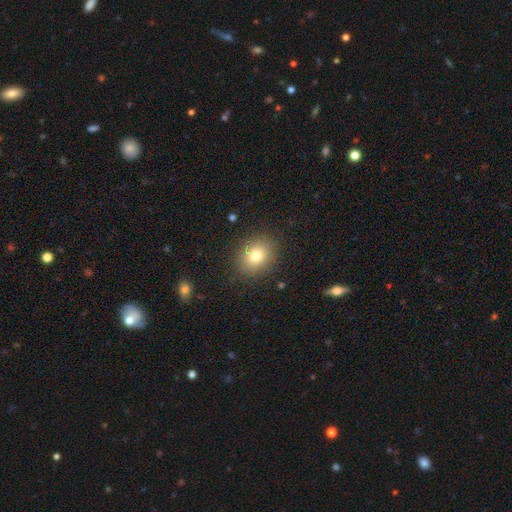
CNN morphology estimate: Smooth or featured?
  - smooth: 78% *
  - star or artifact: 12%
  - featured or disk: 10%
How rounded?
  - round: 57% *
  - in between: 42%
  - cigar-shaped: 1%
Merging?
  - none: 87% *
  - minor disturbance: 9%
  - major disturbance: 3%
  - merger: 1%